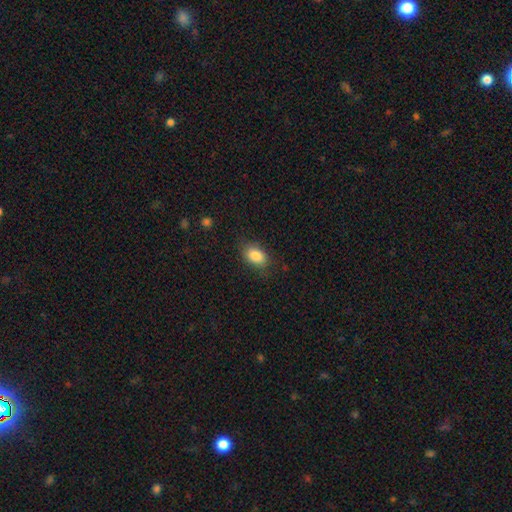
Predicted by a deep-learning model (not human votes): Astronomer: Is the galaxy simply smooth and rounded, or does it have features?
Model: smooth — 86%.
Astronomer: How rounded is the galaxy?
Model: in between — 86%.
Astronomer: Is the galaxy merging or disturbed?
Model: none — 79%.